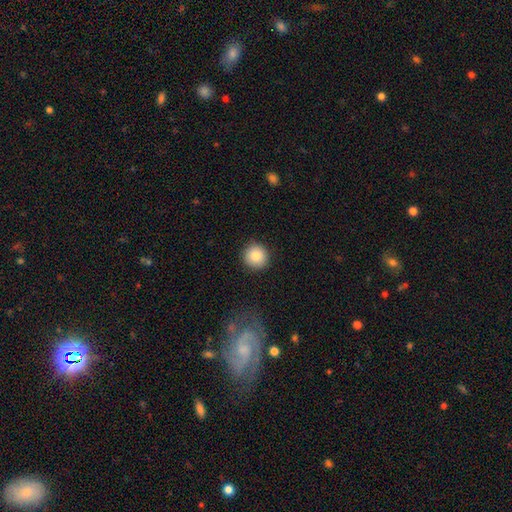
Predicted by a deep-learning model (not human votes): smooth 86%, star or artifact 8%, featured or disk 5%. Down the decision tree: how rounded — round (94%); merging — none (90%).